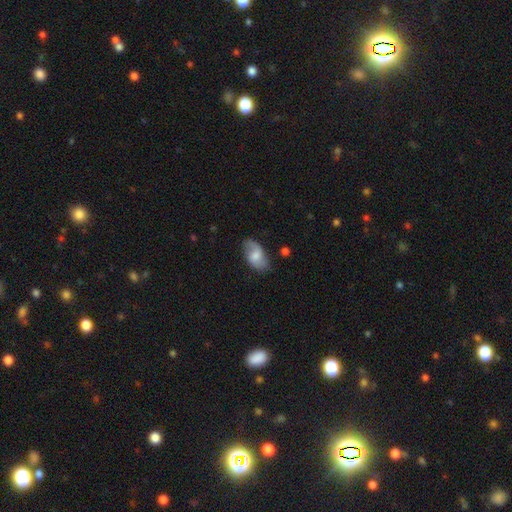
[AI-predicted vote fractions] Smooth or featured?
  - smooth: 61% *
  - featured or disk: 32%
  - star or artifact: 7%
How rounded?
  - in between: 93% *
  - round: 5%
  - cigar-shaped: 2%
Merging?
  - none: 71% *
  - minor disturbance: 22%
  - major disturbance: 6%
  - merger: 2%